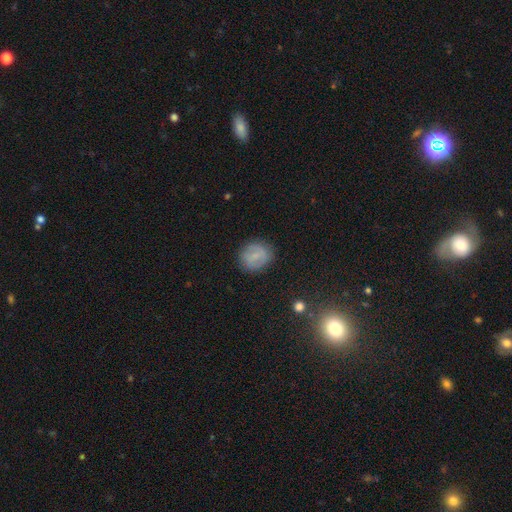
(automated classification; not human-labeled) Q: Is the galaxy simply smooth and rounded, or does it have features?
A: smooth — 62%.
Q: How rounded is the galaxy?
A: round — 76%.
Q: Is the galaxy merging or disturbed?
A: none — 83%.